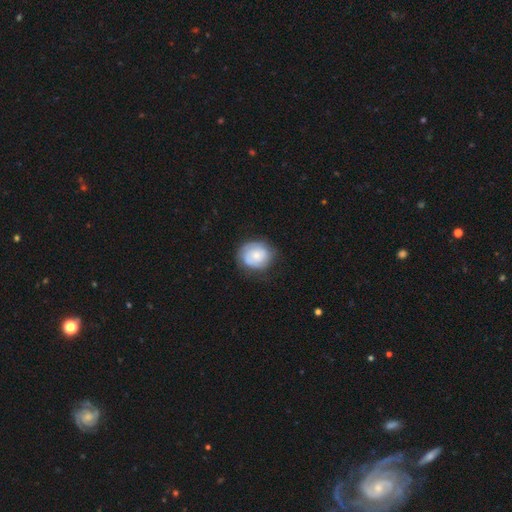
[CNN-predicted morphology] The model was most divided on "smooth or featured": smooth: 56%, featured or disk: 37%, star or artifact: 7%. More confident: how rounded — round (75%); merging — none (70%).